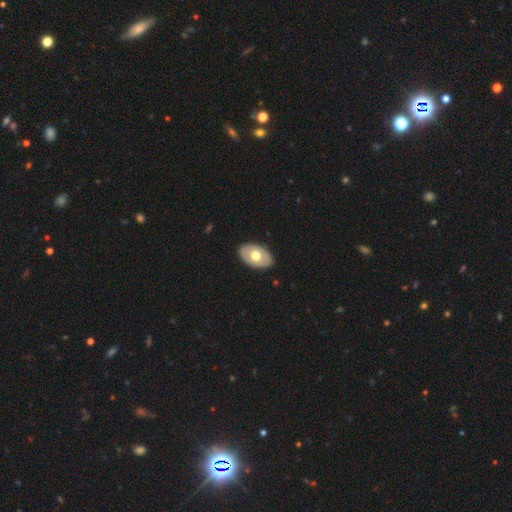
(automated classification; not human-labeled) Smooth or featured?
  - smooth: 54% *
  - featured or disk: 42%
  - star or artifact: 5%
How rounded?
  - in between: 89% *
  - round: 10%
  - cigar-shaped: 1%
Merging?
  - none: 87% *
  - minor disturbance: 10%
  - major disturbance: 2%
  - merger: 1%